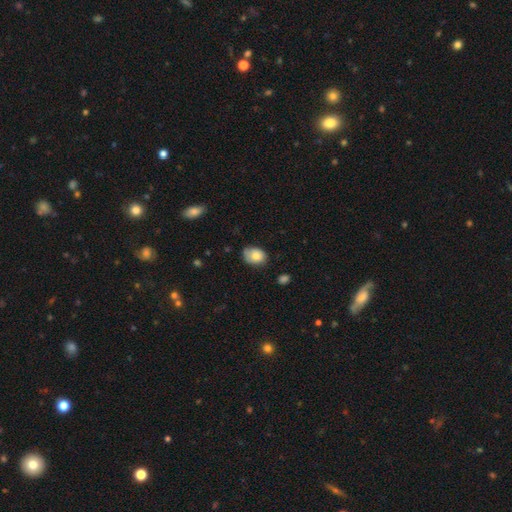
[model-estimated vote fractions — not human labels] Smooth or featured? Predicted: smooth (p=0.77). How rounded? Predicted: in between (p=0.67). Merging? Predicted: none (p=0.58).